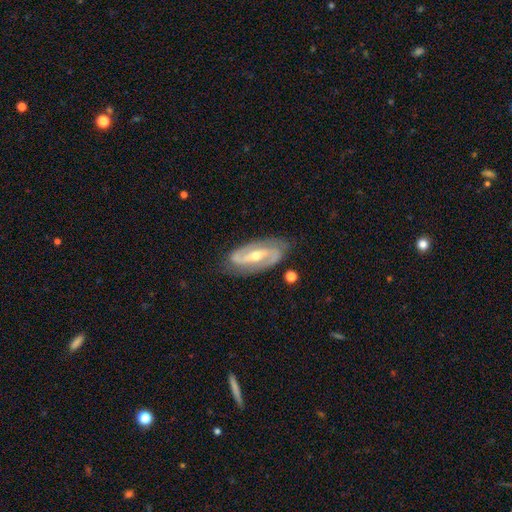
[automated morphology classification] type=featured or disk (90%); edge-on=no (95%); bar=strong (49%); spiral arms=yes (96%); winding=medium (48%); arm count=2 (92%); bulge=moderate (52%); merging=none (83%).